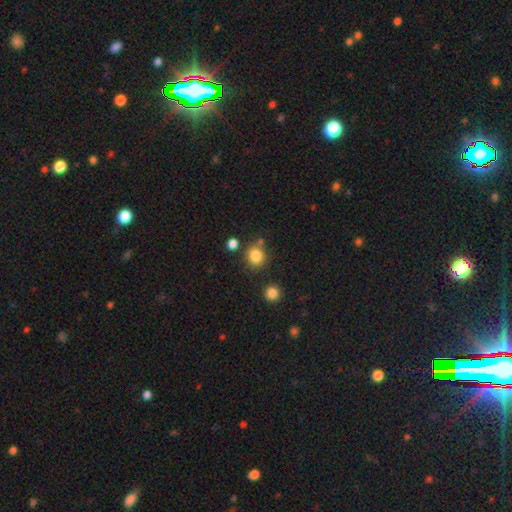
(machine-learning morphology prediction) smooth 83%, star or artifact 11%, featured or disk 5%. Down the decision tree: how rounded — round (83%); merging — none (77%).